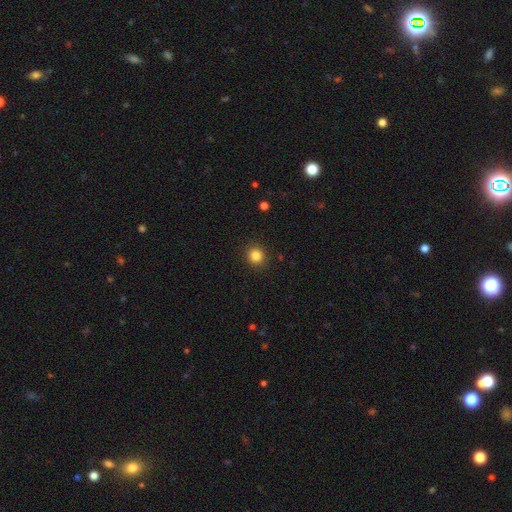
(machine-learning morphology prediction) A smooth galaxy with no disk features (84%) that is round (92%).

Vote fractions:
- Smooth or featured? smooth: 84% / star or artifact: 12% / featured or disk: 4%
- How rounded? round: 92% / in between: 7% / cigar-shaped: 1%
- Merging? none: 91% / minor disturbance: 6% / major disturbance: 2% / merger: 1%